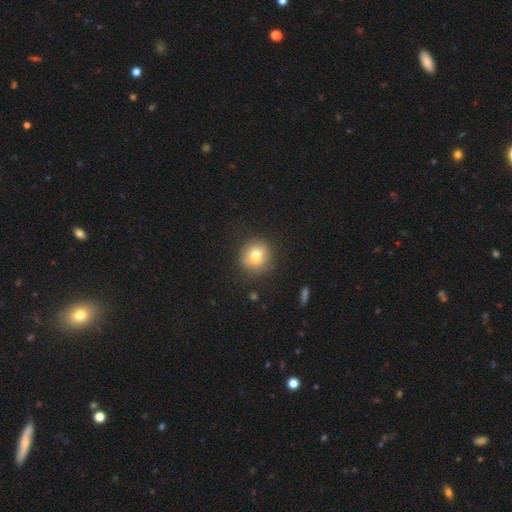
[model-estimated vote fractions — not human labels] smooth-or-featured: smooth: 76% | featured or disk: 13% | star or artifact: 10%
  how-rounded: round: 86% | in between: 13% | cigar-shaped: 1%
  merging: none: 84% | minor disturbance: 11% | major disturbance: 3% | merger: 2%